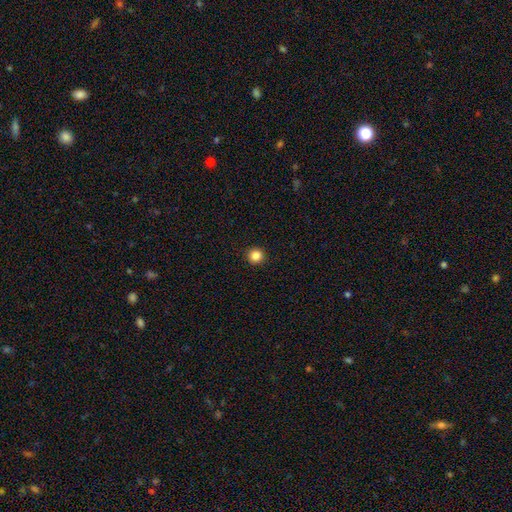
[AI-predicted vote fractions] smooth-or-featured: smooth: 85% | star or artifact: 11% | featured or disk: 4%
  how-rounded: round: 96% | in between: 3% | cigar-shaped: 1%
  merging: none: 94% | minor disturbance: 4% | major disturbance: 1% | merger: 1%